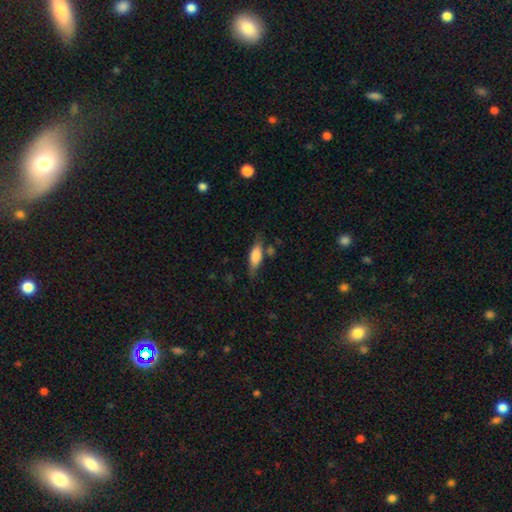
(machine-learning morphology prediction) Smooth or featured: smooth — 72% (featured or disk — 22%)
How rounded: in between — 59% (cigar-shaped — 39%)
Merging: none — 64% (minor disturbance — 23%)